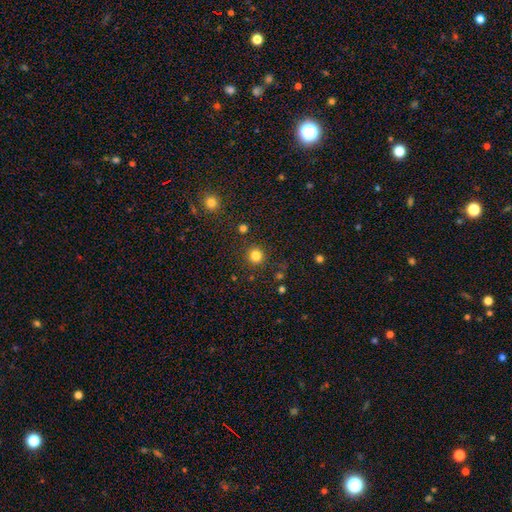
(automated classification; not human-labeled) A smooth galaxy with no disk features (82%) that is round (94%). Merging: none (90%).